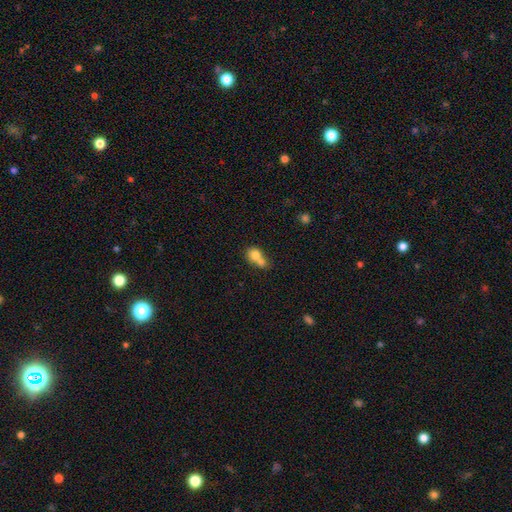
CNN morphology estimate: Smooth or featured? Predicted: smooth (p=0.76). How rounded? Predicted: round (p=0.64). Merging? Predicted: merger (p=0.66).